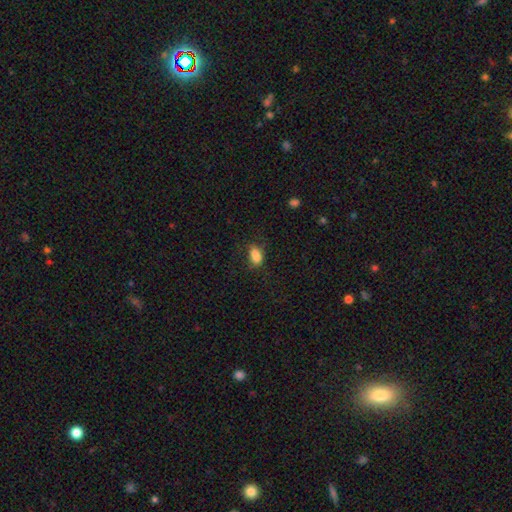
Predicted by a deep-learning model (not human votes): This appears to be a smooth galaxy with no disk features (82%) that is in between round and cigar-shaped (85%). Merging: none (57%).